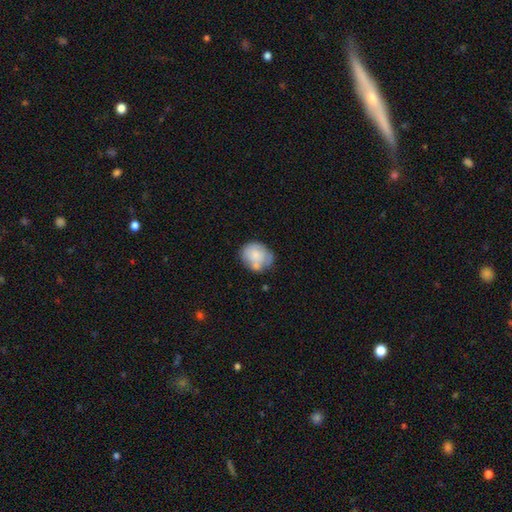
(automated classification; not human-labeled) smooth-or-featured: smooth: 71% | featured or disk: 22% | star or artifact: 7%
  how-rounded: round: 52% | in between: 47% | cigar-shaped: 1%
  merging: none: 50% | minor disturbance: 27% | merger: 14% | major disturbance: 9%